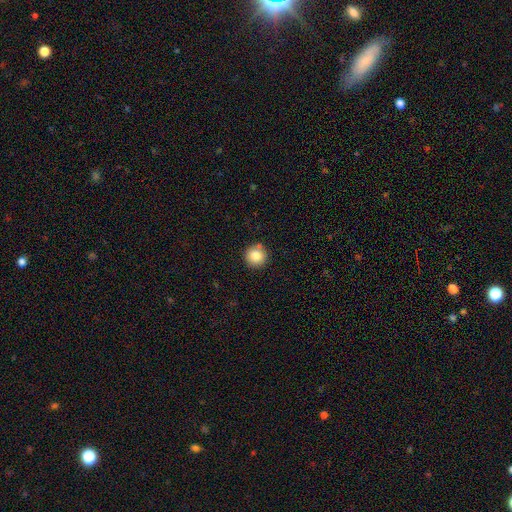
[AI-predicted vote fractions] A smooth galaxy with no disk features (83%) that is round (95%).

Vote fractions:
- Smooth or featured? smooth: 83% / star or artifact: 10% / featured or disk: 7%
- How rounded? round: 95% / in between: 4% / cigar-shaped: 1%
- Merging? none: 84% / minor disturbance: 9% / merger: 5% / major disturbance: 2%